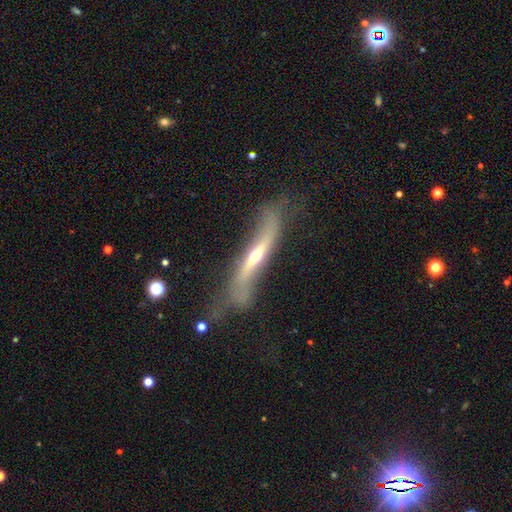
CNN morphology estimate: Smooth or featured? Predicted: featured or disk (p=0.77). Edge-on disk? Predicted: yes (p=0.61). Merging? Predicted: none (p=0.43).